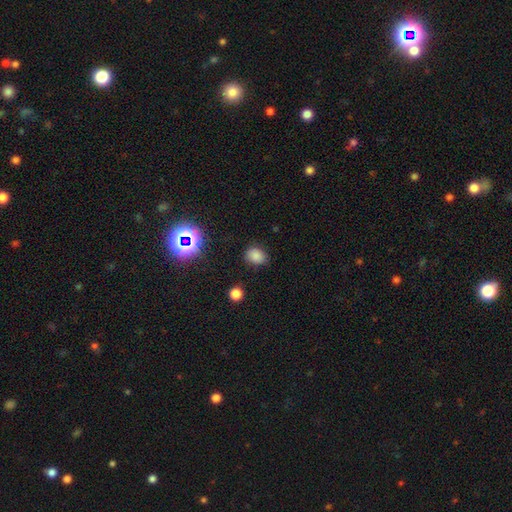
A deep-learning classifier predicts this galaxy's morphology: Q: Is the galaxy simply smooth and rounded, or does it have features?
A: smooth — 78%.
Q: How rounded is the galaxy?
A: in between — 53%.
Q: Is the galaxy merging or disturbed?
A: none — 78%.